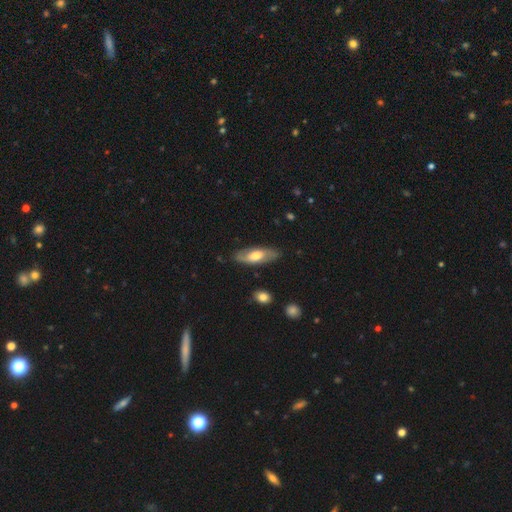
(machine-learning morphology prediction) The model was most divided on "smooth or featured" (2-way tie): featured or disk: 47%, smooth: 47%, star or artifact: 6%. More confident: merging — none (81%).